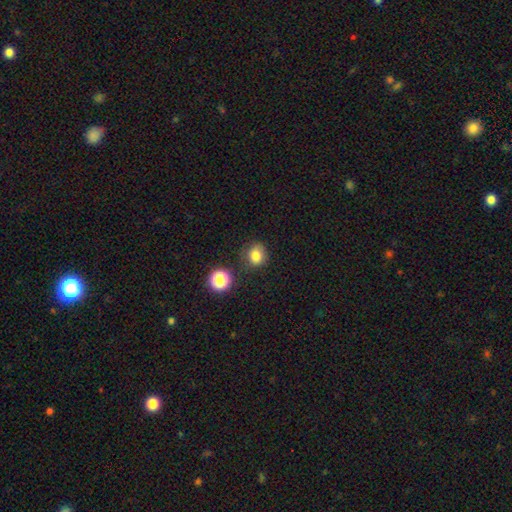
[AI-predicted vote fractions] This appears to be a smooth galaxy with no disk features (81%) that is round (68%). Merging: none (73%).